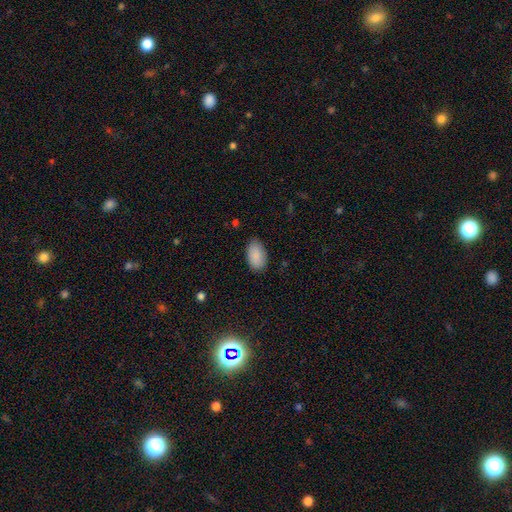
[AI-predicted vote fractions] A smooth galaxy with no disk features (89%) that is in between round and cigar-shaped (94%). Merging: none (84%).